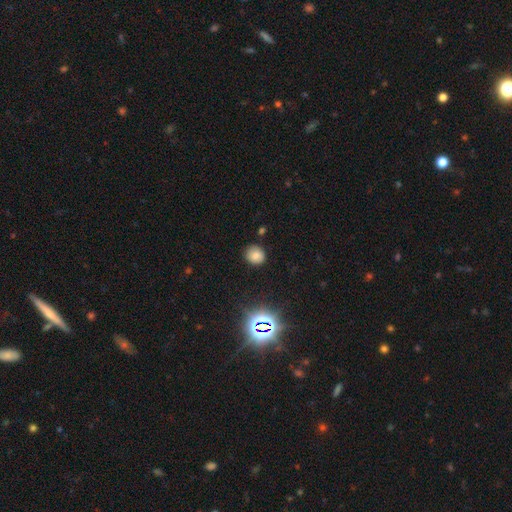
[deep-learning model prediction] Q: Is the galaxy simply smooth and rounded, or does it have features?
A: smooth — 74%.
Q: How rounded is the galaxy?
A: round — 82%.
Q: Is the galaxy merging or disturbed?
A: none — 85%.